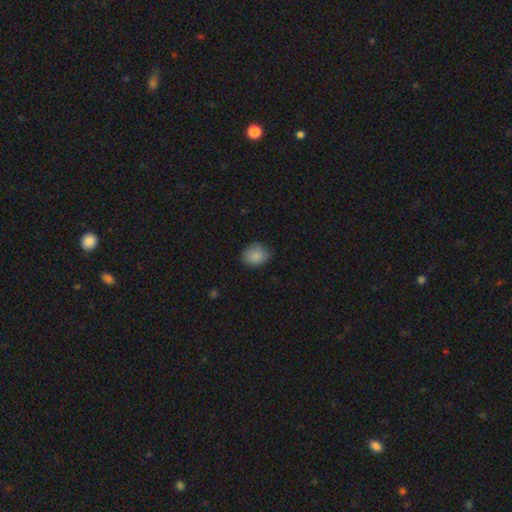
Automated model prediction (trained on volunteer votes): A smooth galaxy with no disk features (85%) that is round (60%).

Vote fractions:
- Smooth or featured? smooth: 85% / star or artifact: 8% / featured or disk: 7%
- How rounded? round: 60% / in between: 39% / cigar-shaped: 1%
- Merging? none: 74% / minor disturbance: 21% / major disturbance: 4% / merger: 1%